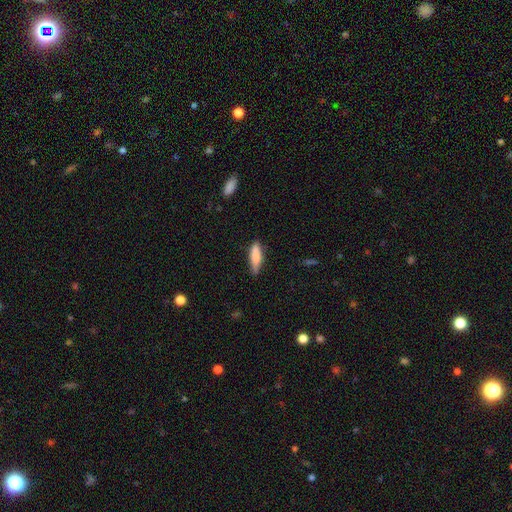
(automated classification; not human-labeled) Morphology: type=smooth (80%); roundness=cigar-shaped (59%); merging=none (70%).